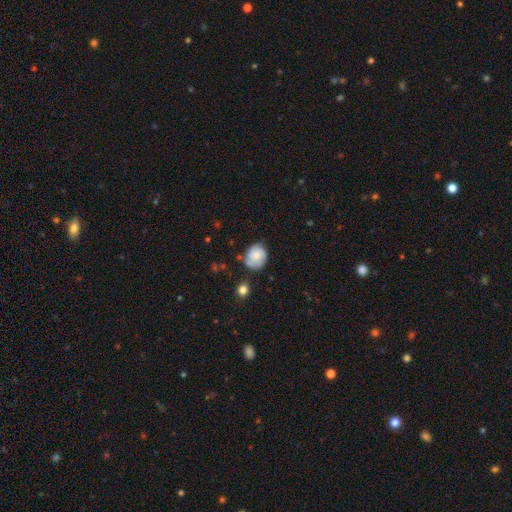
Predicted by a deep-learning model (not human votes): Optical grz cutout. It shows a smooth galaxy with no disk features (63%) that is round (66%). Merging: none (58%).